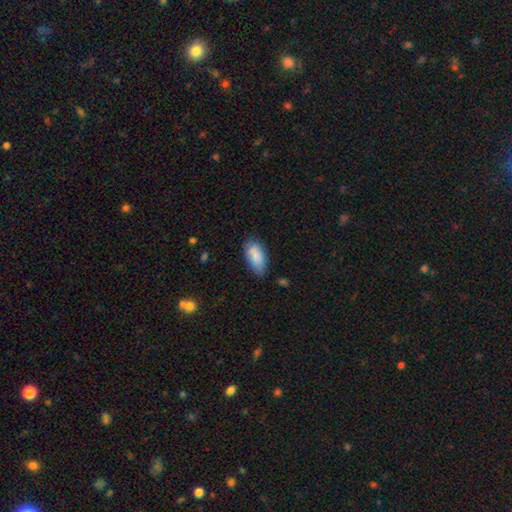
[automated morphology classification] A smooth galaxy with no disk features (85%) that is in between round and cigar-shaped (90%). Merging: none (68%).